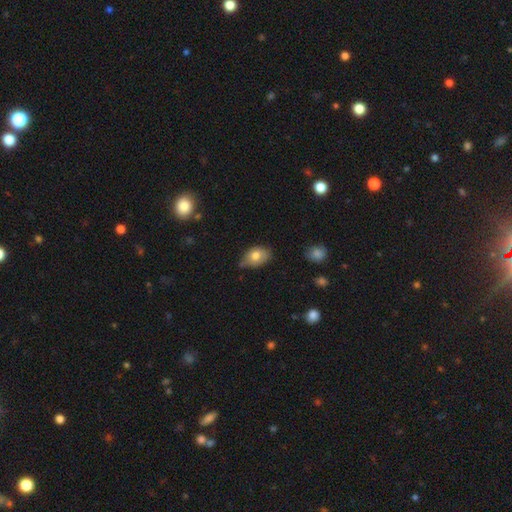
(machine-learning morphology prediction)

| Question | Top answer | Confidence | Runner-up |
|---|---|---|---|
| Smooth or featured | smooth | 75% | featured or disk (17%) |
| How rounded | in between | 81% | round (18%) |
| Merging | none | 53% | minor disturbance (37%) |